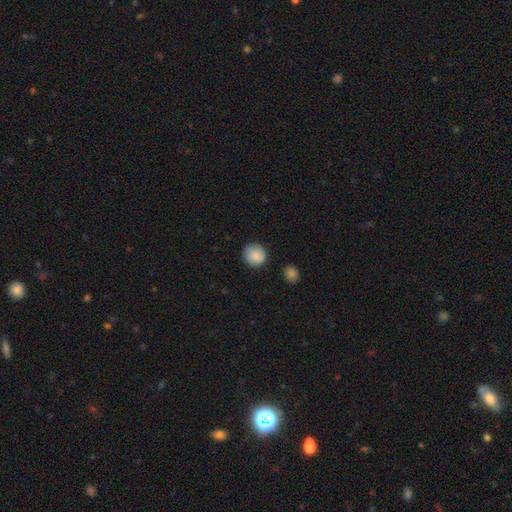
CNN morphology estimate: smooth-or-featured: smooth: 88% | star or artifact: 8% | featured or disk: 4%
  how-rounded: round: 92% | in between: 7% | cigar-shaped: 1%
  merging: none: 85% | minor disturbance: 10% | major disturbance: 3% | merger: 2%